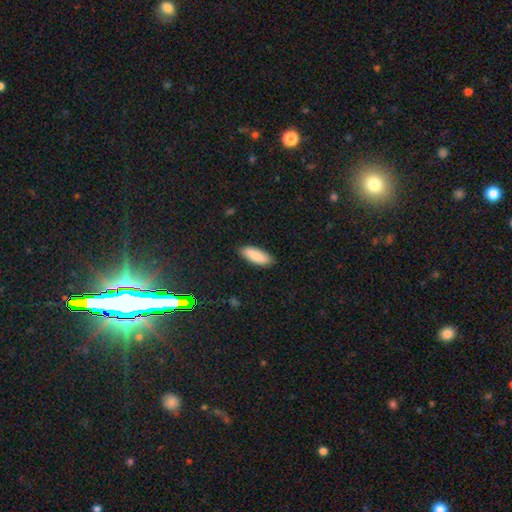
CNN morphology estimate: A smooth galaxy with no disk features (86%) that is in between round and cigar-shaped (68%). Merging: none (87%).